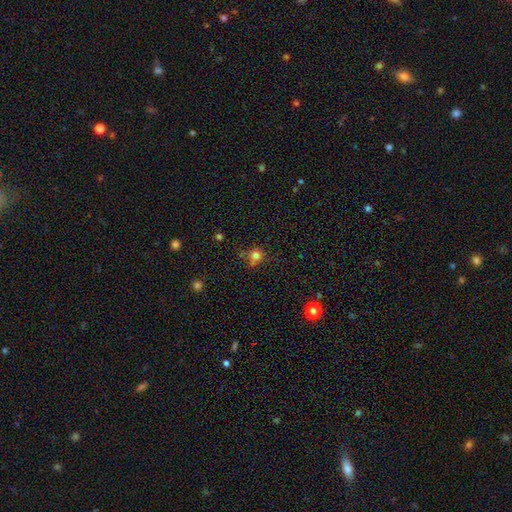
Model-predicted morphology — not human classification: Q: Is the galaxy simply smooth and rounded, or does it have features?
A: smooth — 75%.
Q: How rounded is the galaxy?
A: round — 82%.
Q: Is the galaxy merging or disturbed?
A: none — 59%.